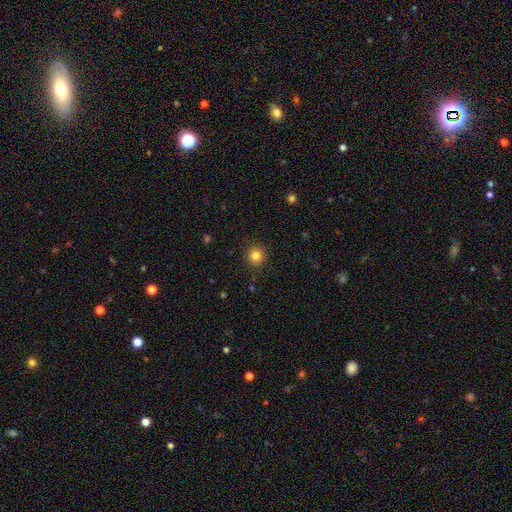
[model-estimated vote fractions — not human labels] Morphology: type=smooth (82%); roundness=round (92%); merging=none (91%).